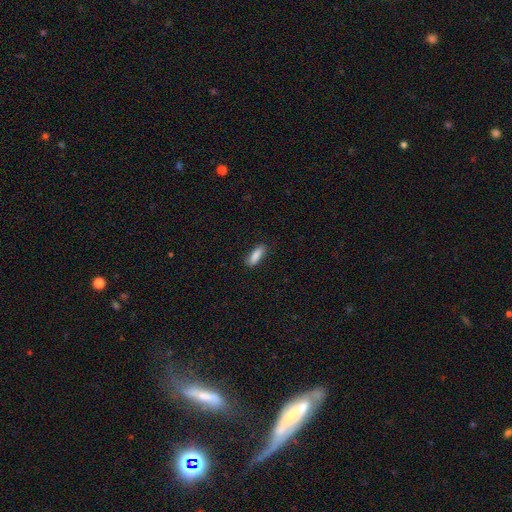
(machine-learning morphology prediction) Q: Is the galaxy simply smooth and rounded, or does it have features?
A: smooth — 87%.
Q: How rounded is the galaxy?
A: in between — 59%.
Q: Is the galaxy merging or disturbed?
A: none — 83%.